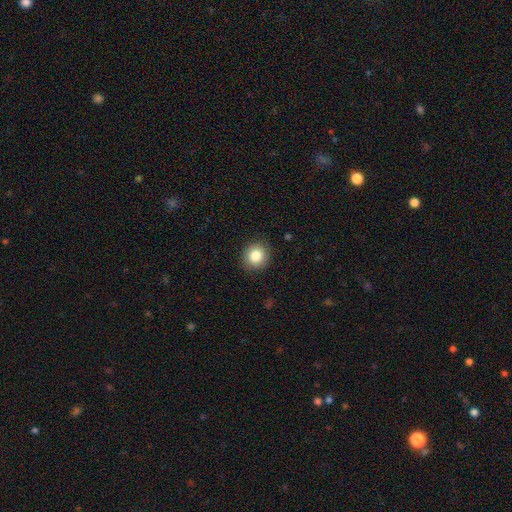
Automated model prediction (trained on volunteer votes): Morphology: type=smooth (83%); roundness=round (87%); merging=none (90%).